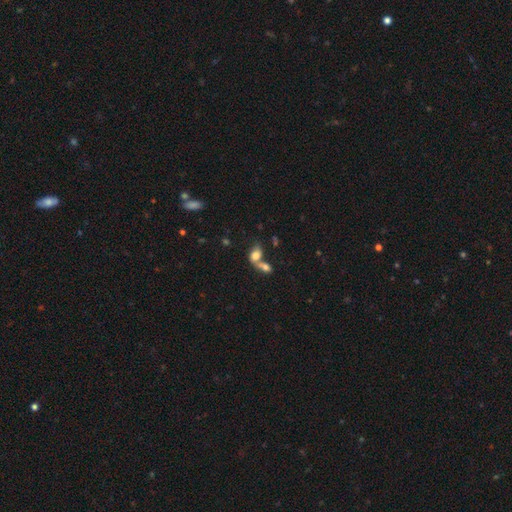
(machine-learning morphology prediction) Smooth or featured? Predicted: smooth (p=0.74). How rounded? Predicted: in between (p=0.79). Merging? Predicted: merger (p=0.66).